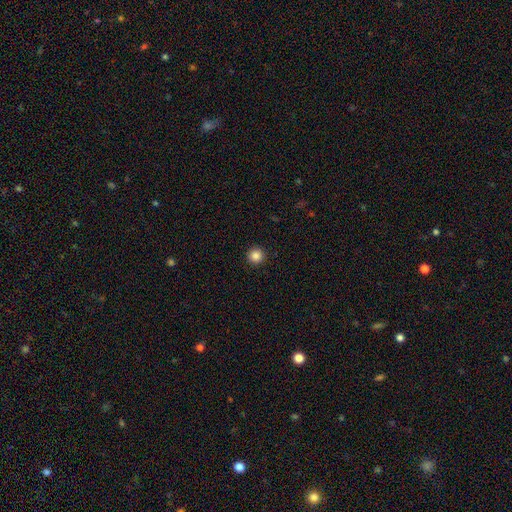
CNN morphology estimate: This is clearly a smooth galaxy (85%). How rounded: clearly round (96%). Merging: clearly none (93%).